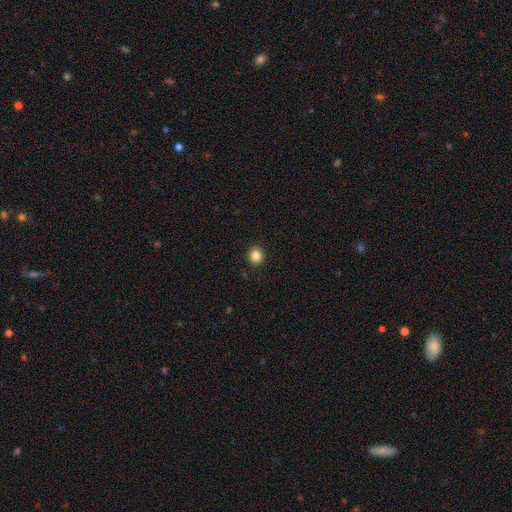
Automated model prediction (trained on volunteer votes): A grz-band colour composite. It shows a smooth galaxy with no disk features (85%) that is round (85%). Merging: none (92%).